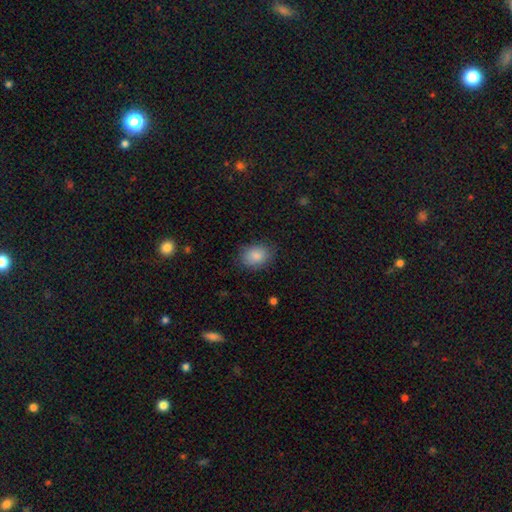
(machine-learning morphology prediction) smooth_or_featured: smooth (p=0.87) [alt: star or artifact p=0.08]
how_rounded: in between (p=0.71) [alt: round p=0.28]
merging: none (p=0.81) [alt: minor disturbance p=0.14]